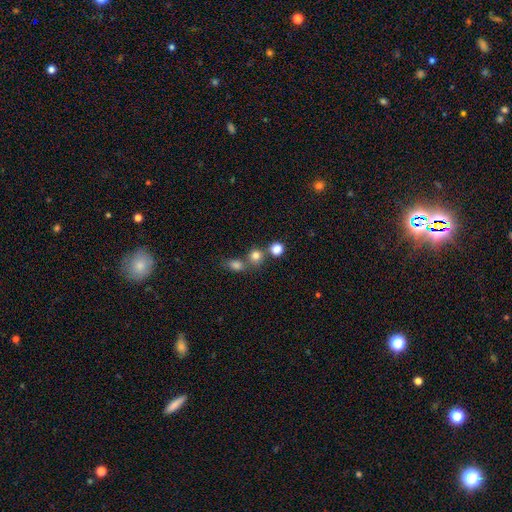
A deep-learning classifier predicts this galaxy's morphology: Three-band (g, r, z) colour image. It shows a smooth galaxy with no disk features (79%) that is round (84%). Merging: none (57%).